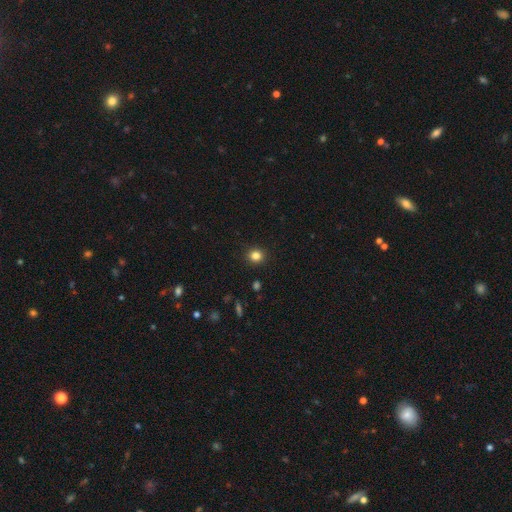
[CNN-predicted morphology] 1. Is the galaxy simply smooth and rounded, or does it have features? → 82% smooth, 13% star or artifact, 5% featured or disk.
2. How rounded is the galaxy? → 86% round, 13% in between, 1% cigar-shaped.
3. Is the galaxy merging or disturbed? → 91% none, 6% minor disturbance, 2% major disturbance, 1% merger.